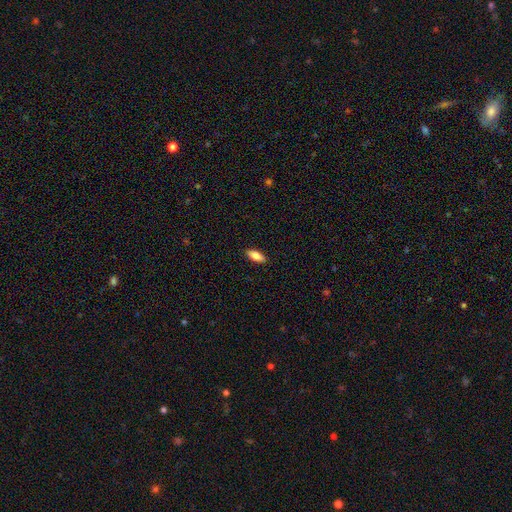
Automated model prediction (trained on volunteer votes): Q: Smooth or featured?
A: smooth (84%); runner-up: featured or disk (10%)
Q: How rounded?
A: in between (78%); runner-up: cigar-shaped (20%)
Q: Merging?
A: none (90%); runner-up: minor disturbance (7%)